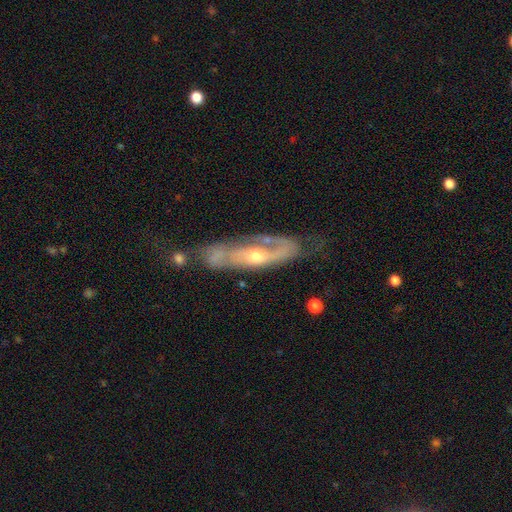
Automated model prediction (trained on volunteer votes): smooth-or-featured: featured or disk: 80% | smooth: 14% | star or artifact: 6%
  disk-edge-on: no: 76% | yes: 24%
    bar: no: 57% | weak: 29% | strong: 14%
    has-spiral-arms: yes: 83% | no: 17%
      spiral-winding: medium: 41% | tight: 37% | loose: 22%
      spiral-arm-count: 2: 62% | can't tell: 23% | 1: 10% | 3: 3% | 4: 1% | more than 4: 1%
    bulge-size: moderate: 59% | small: 36% | large: 3% | none: 1% | dominant: 1%
  merging: none: 50% | minor disturbance: 25% | major disturbance: 17% | merger: 8%